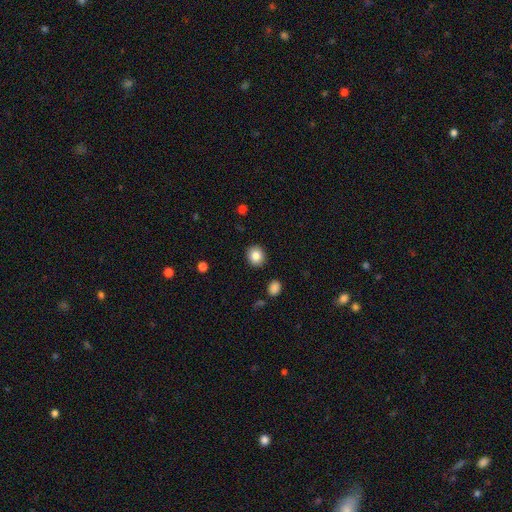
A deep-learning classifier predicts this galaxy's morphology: smooth 84%, star or artifact 9%, featured or disk 6%. Down the decision tree: how rounded — round (82%); merging — none (90%).